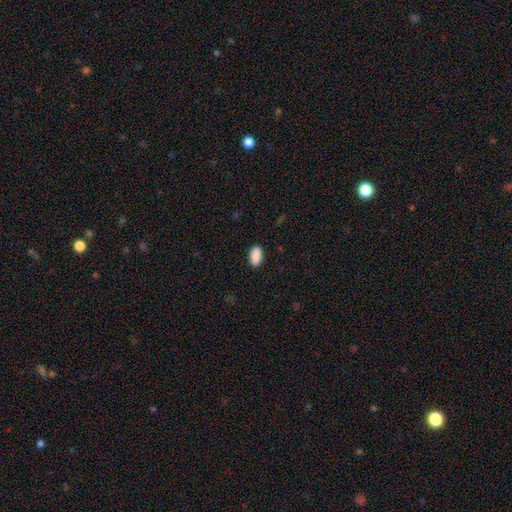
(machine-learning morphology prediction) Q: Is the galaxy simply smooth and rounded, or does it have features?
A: smooth — 90%.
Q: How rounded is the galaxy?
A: in between — 92%.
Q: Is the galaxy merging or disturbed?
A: none — 89%.